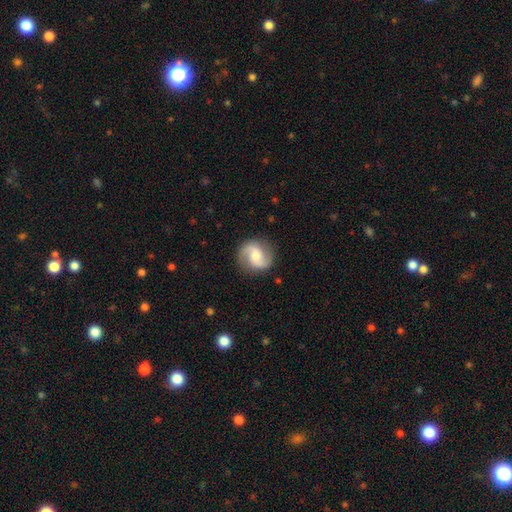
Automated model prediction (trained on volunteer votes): smooth-or-featured: featured or disk: 80% | smooth: 15% | star or artifact: 5%
  disk-edge-on: no: 98% | yes: 2%
    bar: no: 44% | weak: 43% | strong: 13%
    has-spiral-arms: yes: 96% | no: 4%
      spiral-winding: medium: 45% | loose: 40% | tight: 15%
      spiral-arm-count: 2: 93% | can't tell: 2% | 1: 2% | 3: 1% | 4: 1% | more than 4: 1%
    bulge-size: moderate: 56% | small: 31% | large: 7% | none: 4% | dominant: 2%
  merging: none: 86% | minor disturbance: 10% | major disturbance: 3% | merger: 1%